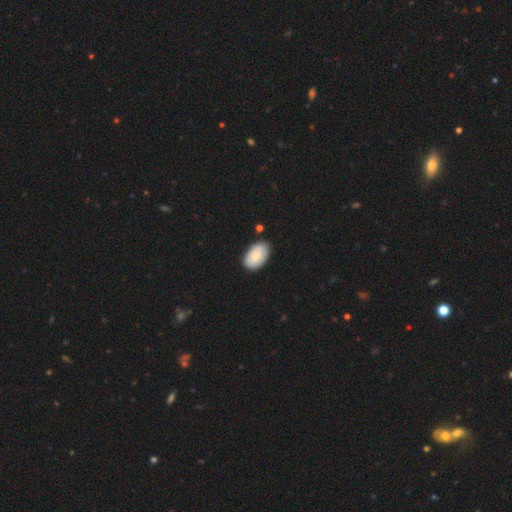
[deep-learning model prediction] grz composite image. It shows a smooth galaxy with no disk features (72%) that is in between round and cigar-shaped (93%). Merging: none (79%).